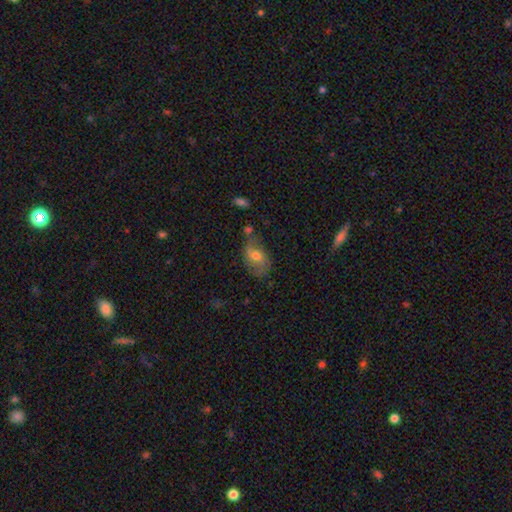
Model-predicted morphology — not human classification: Q: Smooth or featured?
A: smooth (56%); runner-up: featured or disk (34%)
Q: How rounded?
A: in between (84%); runner-up: round (14%)
Q: Merging?
A: none (51%); runner-up: minor disturbance (28%)